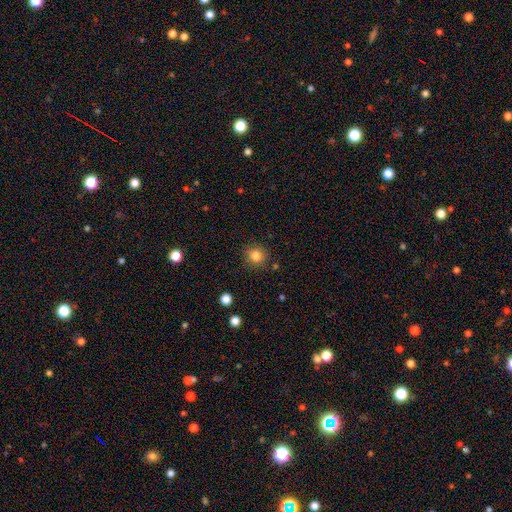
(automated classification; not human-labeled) smooth-or-featured: smooth: 83% | star or artifact: 12% | featured or disk: 6%
  how-rounded: round: 87% | in between: 12% | cigar-shaped: 1%
  merging: none: 86% | minor disturbance: 9% | major disturbance: 3% | merger: 2%